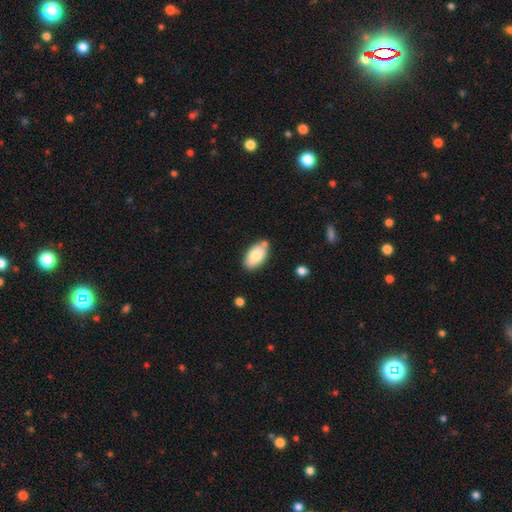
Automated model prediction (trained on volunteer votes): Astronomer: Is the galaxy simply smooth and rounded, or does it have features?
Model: smooth — 76%.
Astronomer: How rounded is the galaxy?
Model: in between — 94%.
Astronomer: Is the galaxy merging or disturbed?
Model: none — 72%.